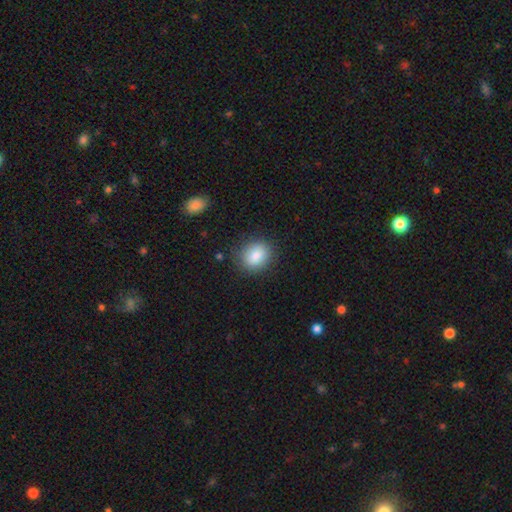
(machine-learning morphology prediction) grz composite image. It shows a smooth galaxy with no disk features (86%) that is round (64%). Merging: none (85%).